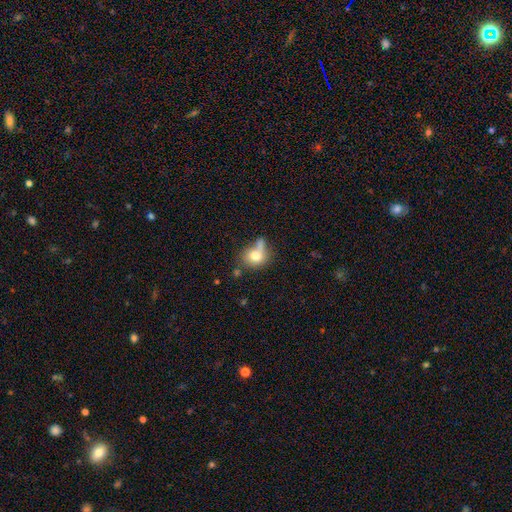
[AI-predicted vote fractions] smooth 75%, featured or disk 16%, star or artifact 9%. Down the decision tree: how rounded — round (53%); merging — none (36%).